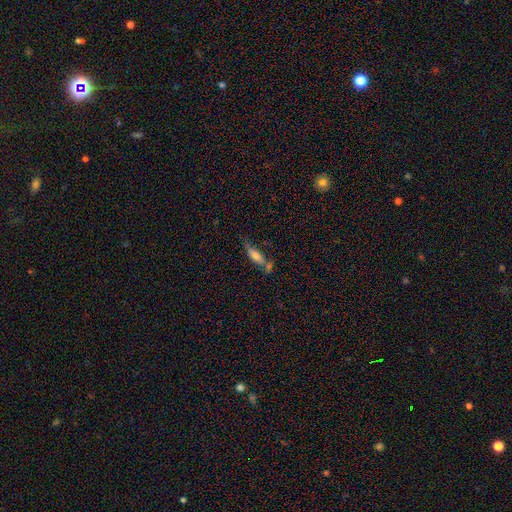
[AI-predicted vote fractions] Smooth or featured? Predicted: smooth (p=0.54). How rounded? Predicted: cigar-shaped (p=0.55). Merging? Predicted: none (p=0.48).